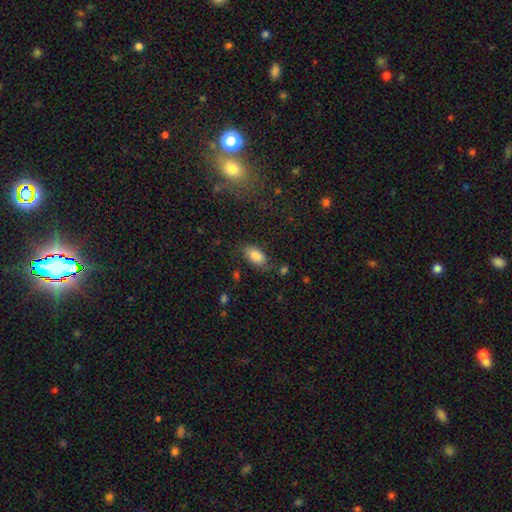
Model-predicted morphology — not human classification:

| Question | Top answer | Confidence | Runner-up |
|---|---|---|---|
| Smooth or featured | smooth | 82% | featured or disk (10%) |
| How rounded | in between | 93% | round (4%) |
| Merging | none | 74% | minor disturbance (18%) |